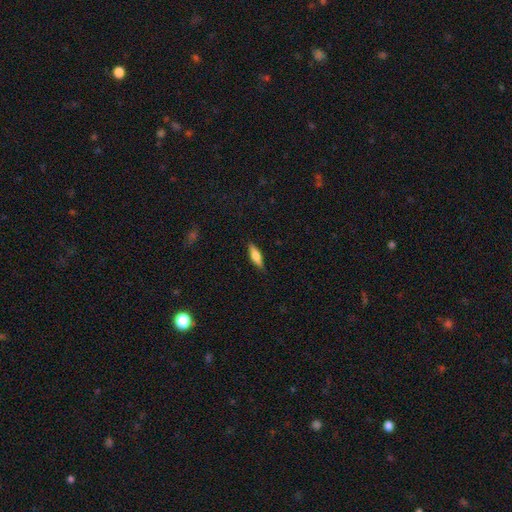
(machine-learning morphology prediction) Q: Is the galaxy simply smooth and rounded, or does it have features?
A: smooth — 61%.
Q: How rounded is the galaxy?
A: cigar-shaped — 55%.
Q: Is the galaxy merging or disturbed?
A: none — 87%.